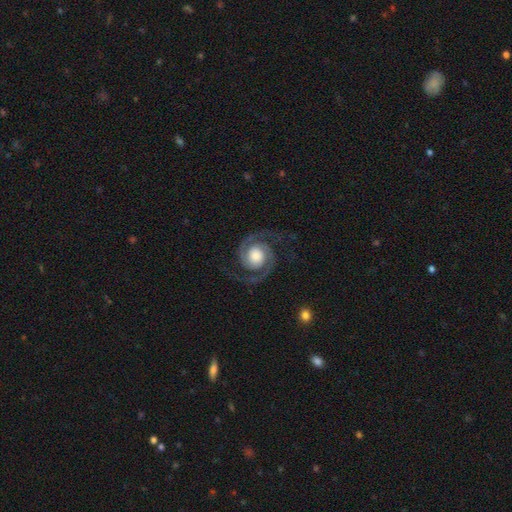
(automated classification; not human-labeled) A featured or disk galaxy (92%) with no bar (75%), 2 (95%) medium (48%) spiral arms (99%) and a large central bulge (44%). Merging: none (83%).